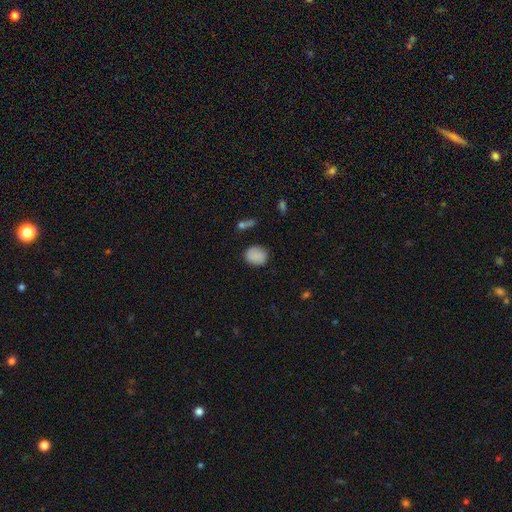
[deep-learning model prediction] Smooth or featured? Predicted: smooth (p=0.87). How rounded? Predicted: round (p=0.64). Merging? Predicted: none (p=0.81).